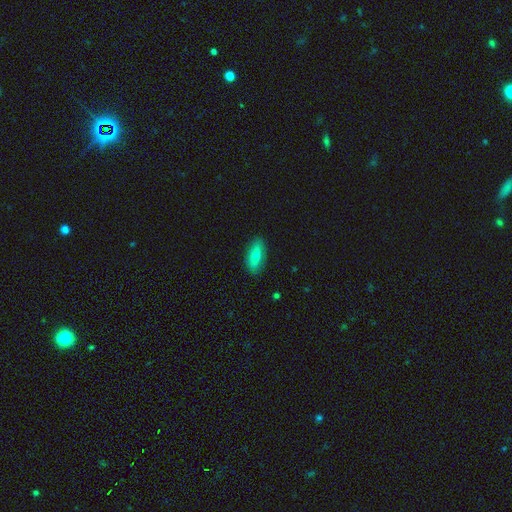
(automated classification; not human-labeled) smooth_or_featured: smooth (p=0.67) [alt: featured or disk p=0.26]
how_rounded: in between (p=0.71) [alt: cigar-shaped p=0.26]
merging: none (p=0.87) [alt: minor disturbance p=0.10]